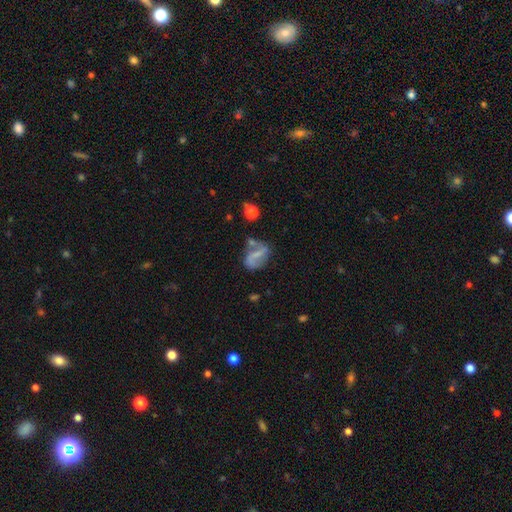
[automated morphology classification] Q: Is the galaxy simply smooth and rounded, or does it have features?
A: featured or disk — 68%.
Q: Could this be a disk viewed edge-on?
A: no — 97%.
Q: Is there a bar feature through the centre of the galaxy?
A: weak — 41%.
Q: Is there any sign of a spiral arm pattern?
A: yes — 83%.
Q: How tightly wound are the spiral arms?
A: loose — 54%.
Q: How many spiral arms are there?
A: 2 — 85%.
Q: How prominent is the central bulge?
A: none — 49%.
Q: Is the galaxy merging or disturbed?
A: none — 51%.